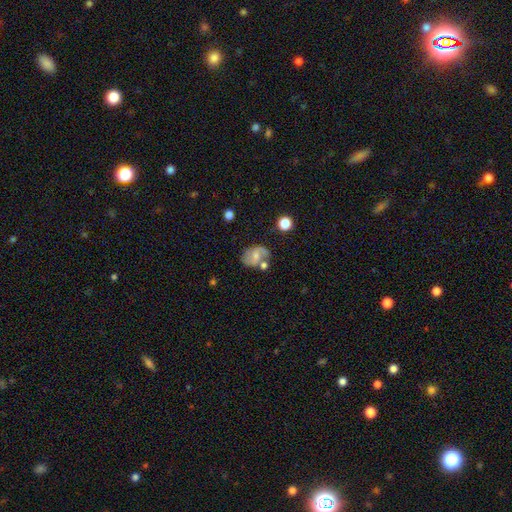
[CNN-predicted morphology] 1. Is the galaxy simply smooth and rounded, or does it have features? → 58% featured or disk, 33% smooth, 9% star or artifact.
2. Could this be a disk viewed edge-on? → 97% no, 3% yes.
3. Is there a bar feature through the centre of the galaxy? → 47% weak, 39% no, 14% strong.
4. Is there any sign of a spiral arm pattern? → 84% yes, 16% no.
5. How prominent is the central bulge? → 45% small, 40% moderate, 11% none, 3% large, 1% dominant.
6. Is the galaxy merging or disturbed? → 57% none, 20% minor disturbance, 16% merger, 8% major disturbance.